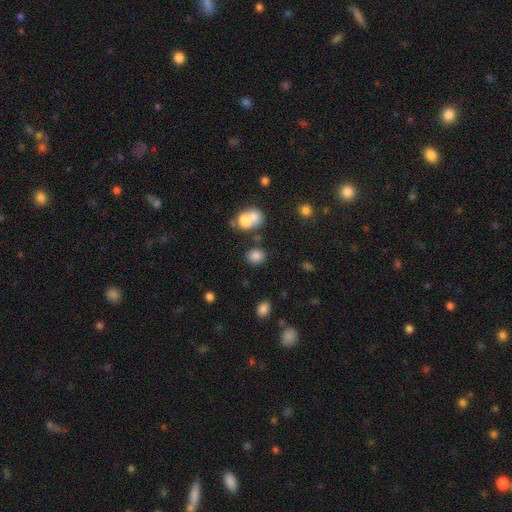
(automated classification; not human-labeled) Overall: smooth (81%). How rounded: round (60%; in between 38%). Merging: none (74%).